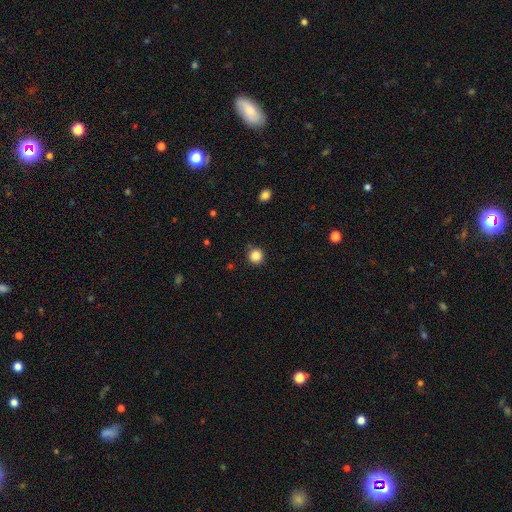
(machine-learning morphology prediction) A smooth galaxy with no disk features (86%) that is round (95%).

Vote fractions:
- Smooth or featured? smooth: 86% / star or artifact: 11% / featured or disk: 3%
- How rounded? round: 95% / in between: 4% / cigar-shaped: 1%
- Merging? none: 88% / minor disturbance: 8% / major disturbance: 2% / merger: 2%